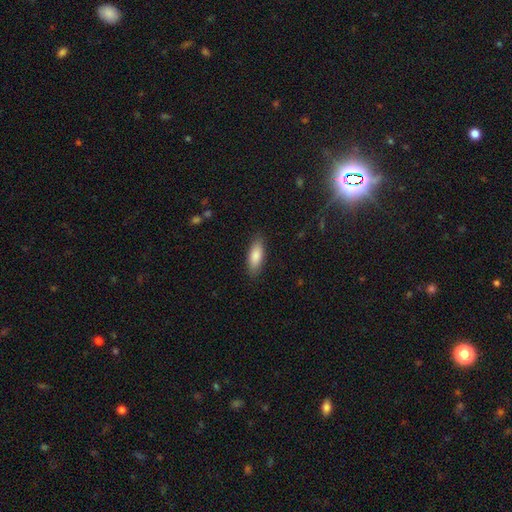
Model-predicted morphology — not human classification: Smooth or featured: smooth — 85% (featured or disk — 9%)
How rounded: in between — 72% (cigar-shaped — 26%)
Merging: none — 87% (minor disturbance — 10%)